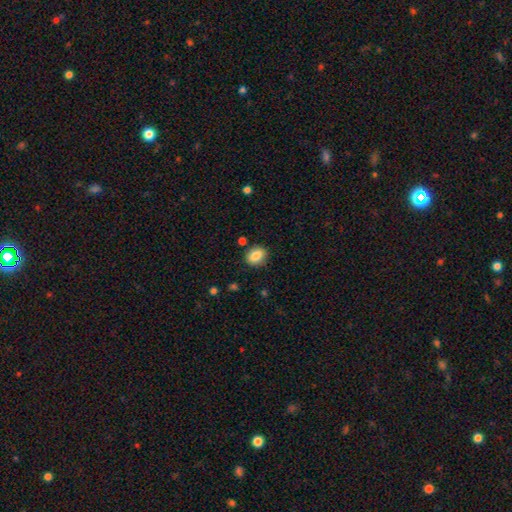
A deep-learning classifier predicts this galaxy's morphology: Q: Smooth or featured?
A: smooth (84%); runner-up: star or artifact (9%)
Q: How rounded?
A: round (54%); runner-up: in between (45%)
Q: Merging?
A: none (85%); runner-up: minor disturbance (9%)